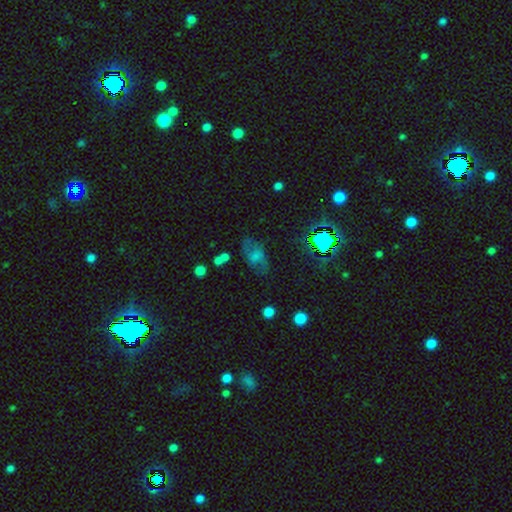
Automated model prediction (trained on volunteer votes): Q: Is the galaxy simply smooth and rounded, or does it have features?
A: smooth — 45%.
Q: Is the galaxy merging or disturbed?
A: none — 56%.